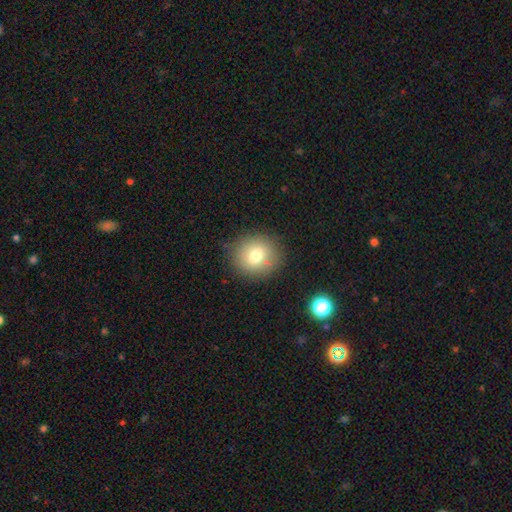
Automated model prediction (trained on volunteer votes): A smooth galaxy with no disk features (74%) that is round (86%). Merging: none (84%).